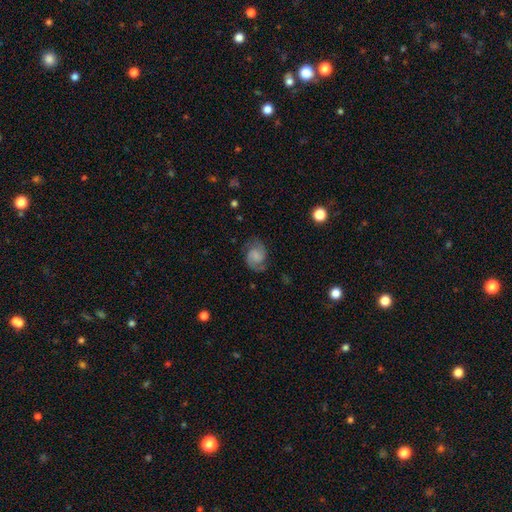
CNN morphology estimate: smooth_or_featured: featured or disk (p=0.72) [alt: smooth p=0.20]
disk_edge_on: no (p=0.98) [alt: yes p=0.02]
bar: no (p=0.55) [alt: weak p=0.38]
has_spiral_arms: yes (p=0.95) [alt: no p=0.05]
spiral_winding: medium (p=0.51) [alt: tight p=0.28]
spiral_arm_count: 2 (p=0.89) [alt: can't tell p=0.05]
bulge_size: none (p=0.44) [alt: small p=0.30]
merging: none (p=0.75) [alt: minor disturbance p=0.17]